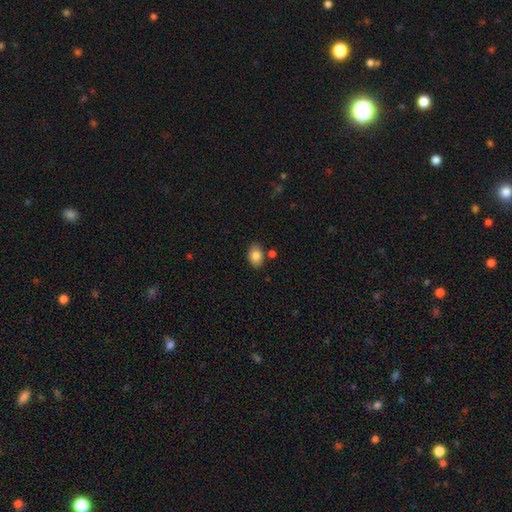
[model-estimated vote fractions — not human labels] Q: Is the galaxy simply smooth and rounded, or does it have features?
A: smooth — 84%.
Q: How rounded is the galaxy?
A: in between — 86%.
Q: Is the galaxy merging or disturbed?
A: none — 80%.